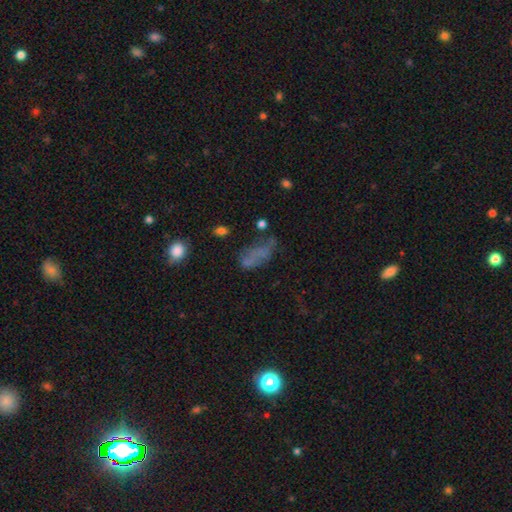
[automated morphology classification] A smooth galaxy with no disk features (49%). Merging: none (39%).